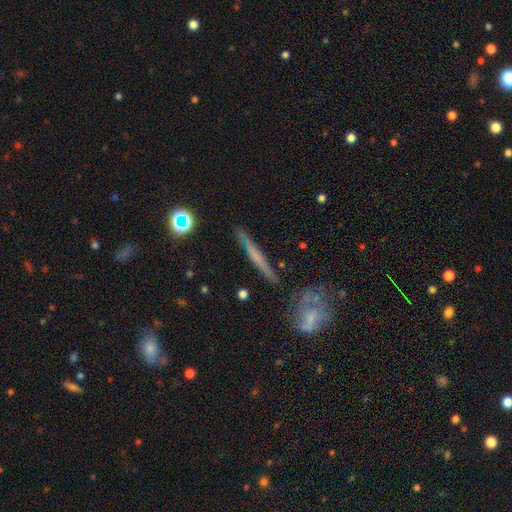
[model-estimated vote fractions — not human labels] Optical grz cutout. It shows a featured or disk galaxy (50%). Merging: none (78%).